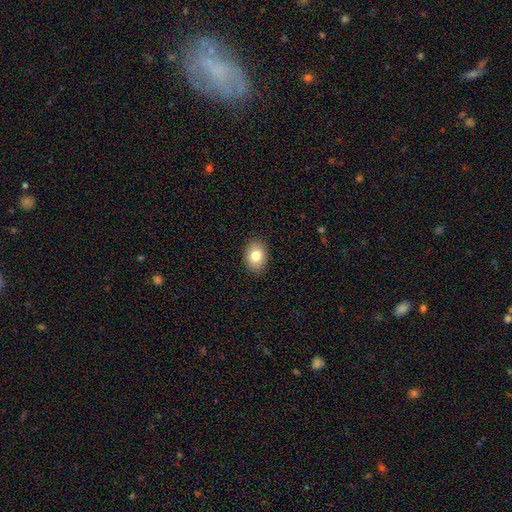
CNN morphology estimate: This is clearly a smooth galaxy (80%). How rounded: likely in between (70%). Merging: clearly none (89%).